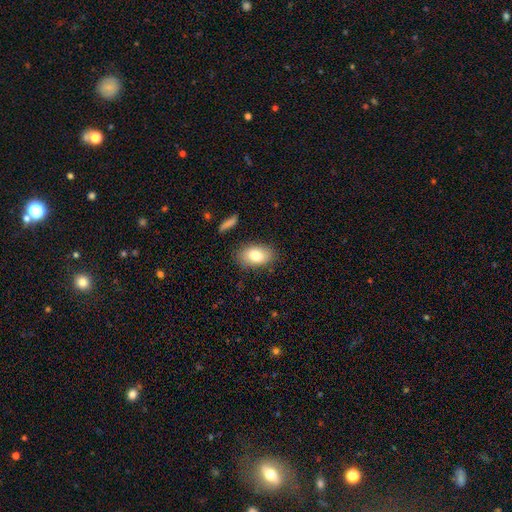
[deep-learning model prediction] Smooth or featured: smooth — 79% (featured or disk — 13%)
How rounded: in between — 90% (round — 8%)
Merging: none — 82% (minor disturbance — 13%)